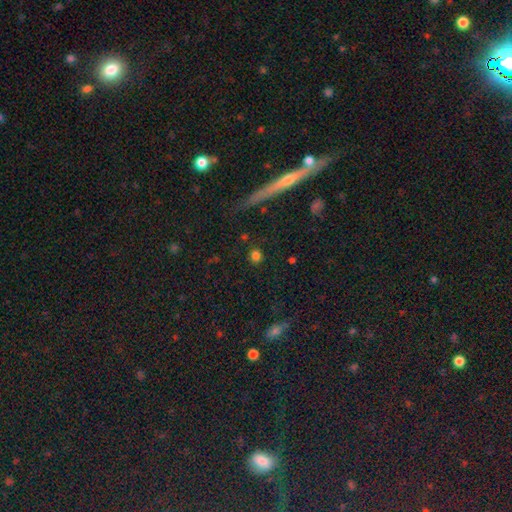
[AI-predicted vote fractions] Smooth or featured? Predicted: smooth (p=0.80). How rounded? Predicted: round (p=0.87). Merging? Predicted: none (p=0.89).